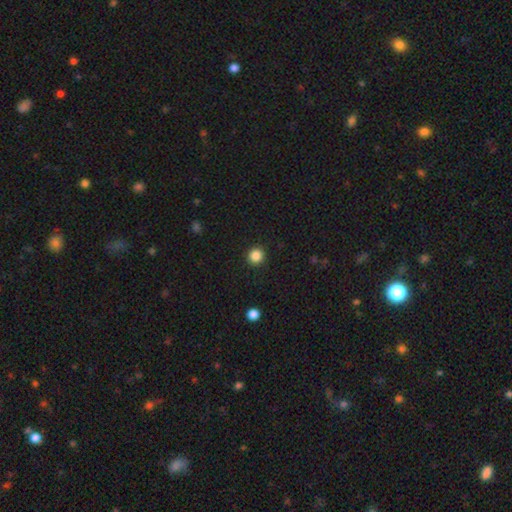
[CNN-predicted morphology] smooth-or-featured: smooth: 86% | star or artifact: 11% | featured or disk: 3%
  how-rounded: round: 94% | in between: 5% | cigar-shaped: 1%
  merging: none: 93% | minor disturbance: 5% | major disturbance: 2% | merger: 1%